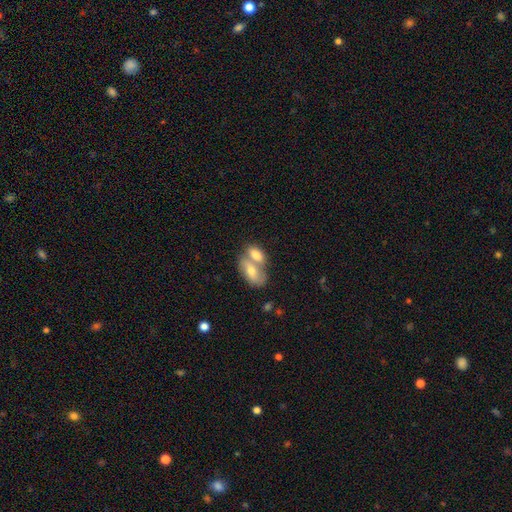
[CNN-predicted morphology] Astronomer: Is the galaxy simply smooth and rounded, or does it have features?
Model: smooth — 72%.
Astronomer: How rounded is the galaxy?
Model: in between — 87%.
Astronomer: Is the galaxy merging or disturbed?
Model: merger — 66%.